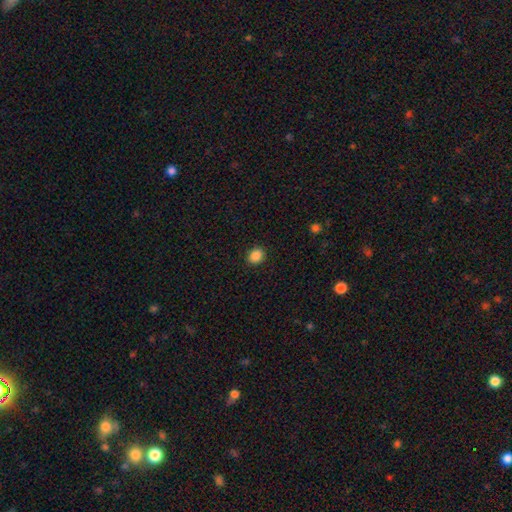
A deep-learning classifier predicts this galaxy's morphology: Overall: smooth (87%). How rounded: round (63%; in between 36%). Merging: none (89%).